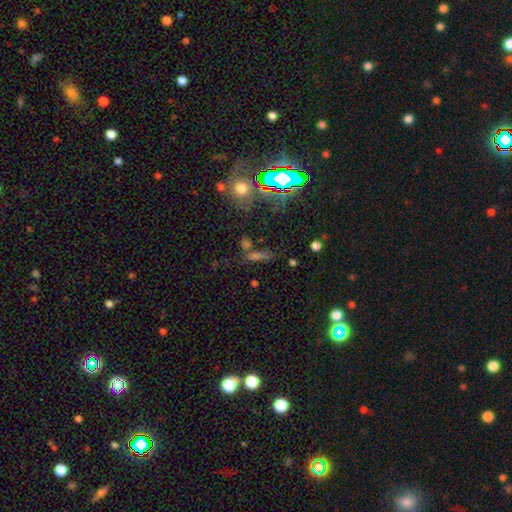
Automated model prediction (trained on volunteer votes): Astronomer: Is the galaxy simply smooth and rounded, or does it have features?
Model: smooth — 42% (runner-up: star or artifact, 40%).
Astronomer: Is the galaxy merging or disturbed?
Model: none — 64%.